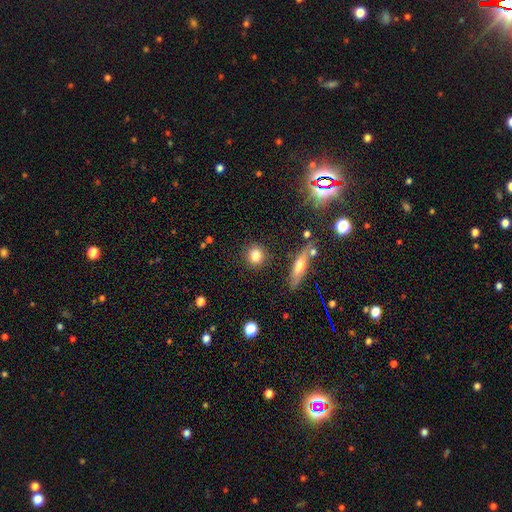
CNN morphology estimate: A smooth galaxy with no disk features (81%) that is round (85%). Merging: none (88%).